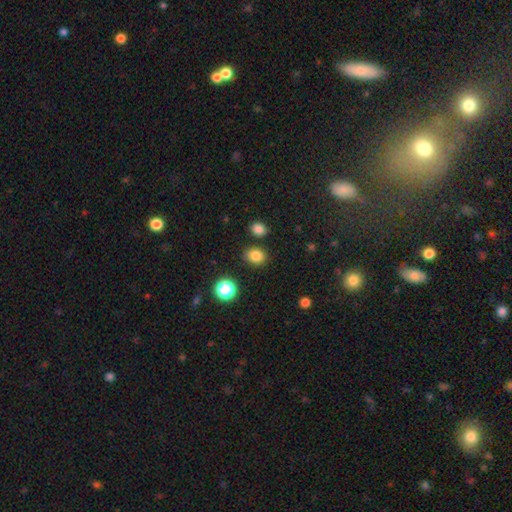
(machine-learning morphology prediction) A smooth galaxy with no disk features (83%) that is round (52%). Merging: none (82%).